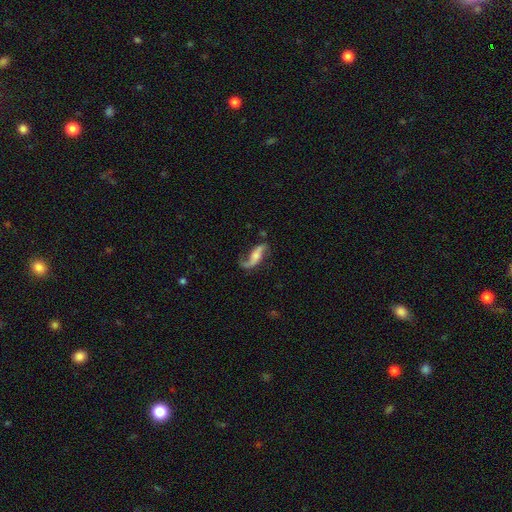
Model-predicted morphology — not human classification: Smooth or featured: featured or disk — 76% (smooth — 18%)
Edge-on disk: no — 90% (yes — 10%)
Bar: no — 46% (weak — 31%)
Spiral arms: yes — 93% (no — 7%)
Spiral winding: loose — 78% (medium — 17%)
Spiral arm count: 2 — 77% (1 — 18%)
Bulge size: small — 40% (moderate — 39%)
Merging: none — 60% (minor disturbance — 19%)